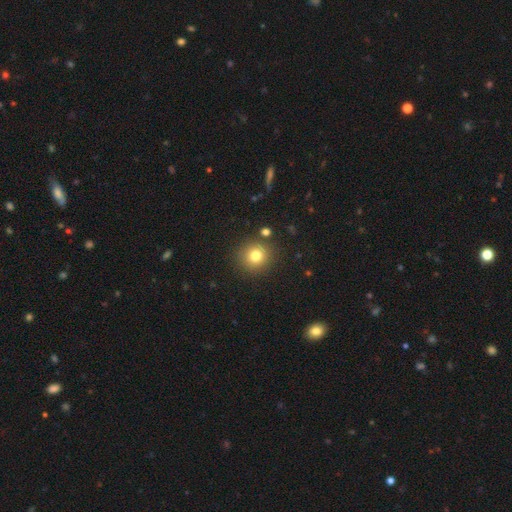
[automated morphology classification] Q: Smooth or featured?
A: smooth (79%); runner-up: star or artifact (13%)
Q: How rounded?
A: round (91%); runner-up: in between (8%)
Q: Merging?
A: none (87%); runner-up: minor disturbance (7%)